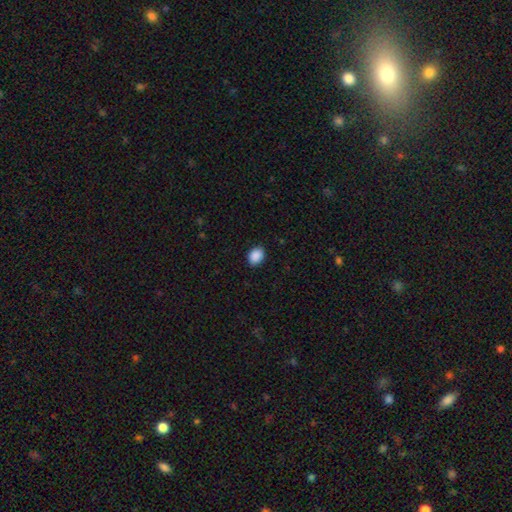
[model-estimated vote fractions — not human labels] The model was most divided on "how rounded": in between: 65%, round: 34%, cigar-shaped: 1%. More confident: merging — none (90%); smooth or featured — smooth (90%).